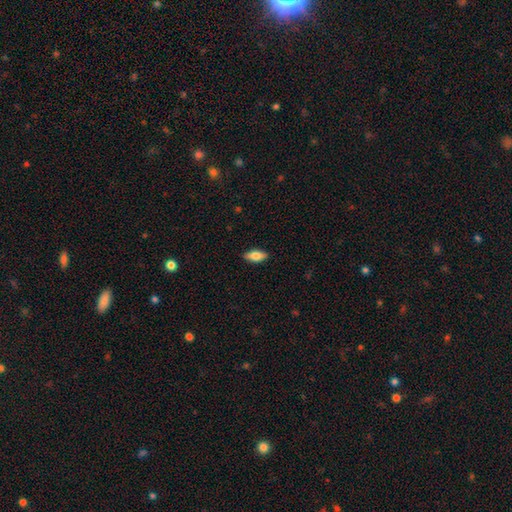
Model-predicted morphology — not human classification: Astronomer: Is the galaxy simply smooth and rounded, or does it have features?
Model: smooth — 75%.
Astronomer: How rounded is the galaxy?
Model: in between — 83%.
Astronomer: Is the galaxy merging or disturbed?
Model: none — 88%.